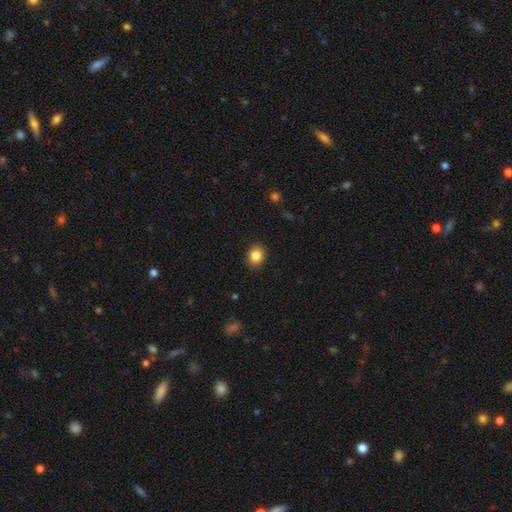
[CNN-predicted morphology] smooth 85%, star or artifact 10%, featured or disk 5%. Down the decision tree: how rounded — round (66%); merging — none (90%).